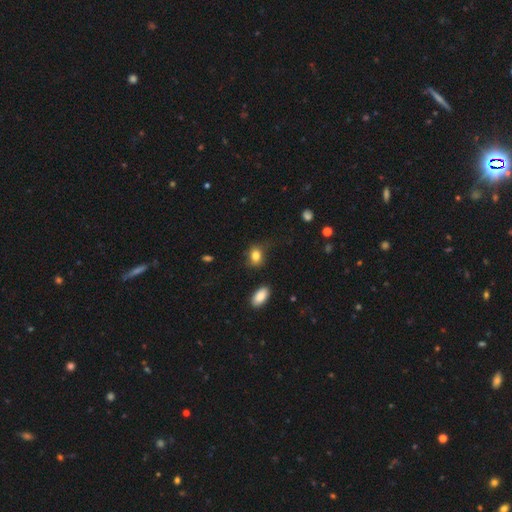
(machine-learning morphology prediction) This appears to be a smooth galaxy with no disk features (83%) that is in between round and cigar-shaped (59%). Merging: none (68%).